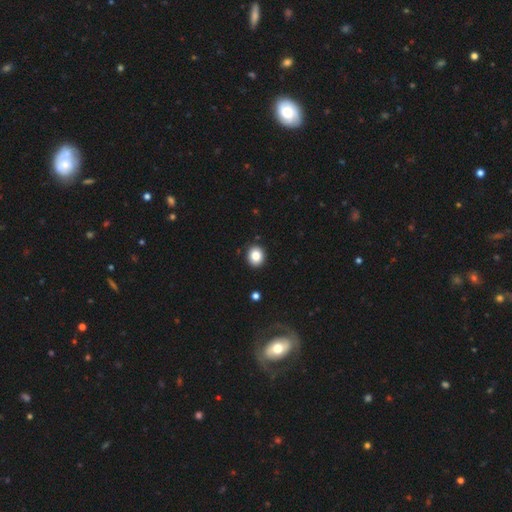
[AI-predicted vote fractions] Q: Smooth or featured?
A: smooth (85%); runner-up: star or artifact (9%)
Q: How rounded?
A: round (70%); runner-up: in between (29%)
Q: Merging?
A: none (91%); runner-up: minor disturbance (7%)